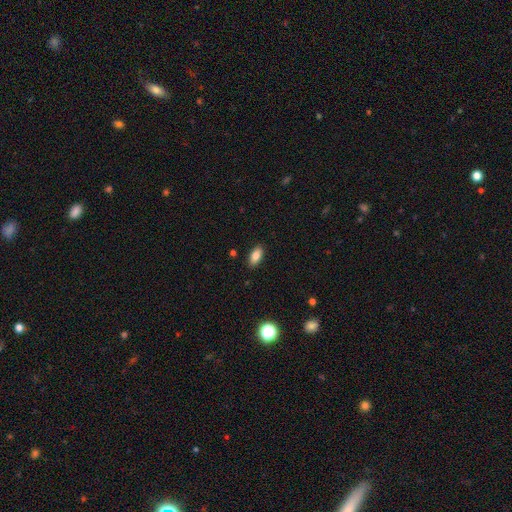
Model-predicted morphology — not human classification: Overall: smooth (84%). How rounded: in between (90%). Merging: none (88%).